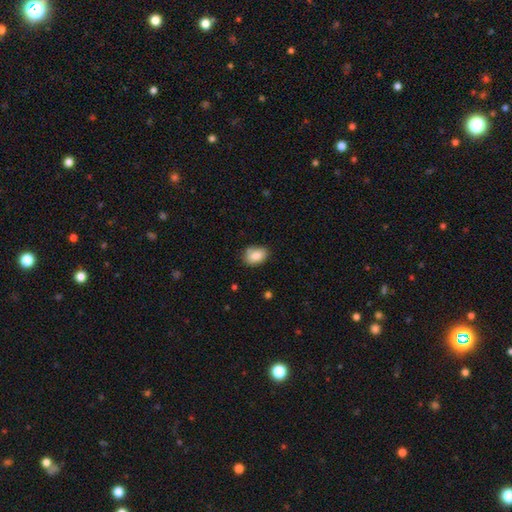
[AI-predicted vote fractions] smooth-or-featured: smooth: 84% | featured or disk: 8% | star or artifact: 8%
  how-rounded: in between: 83% | round: 16% | cigar-shaped: 1%
  merging: none: 71% | minor disturbance: 21% | merger: 5% | major disturbance: 4%